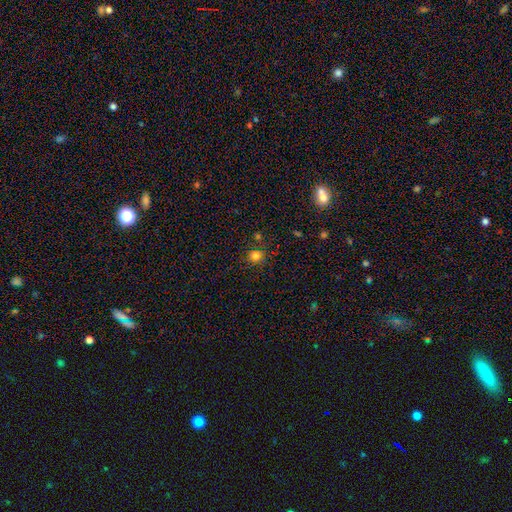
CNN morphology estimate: This is clearly a smooth galaxy (80%). How rounded: clearly round (90%). Merging: clearly none (83%).